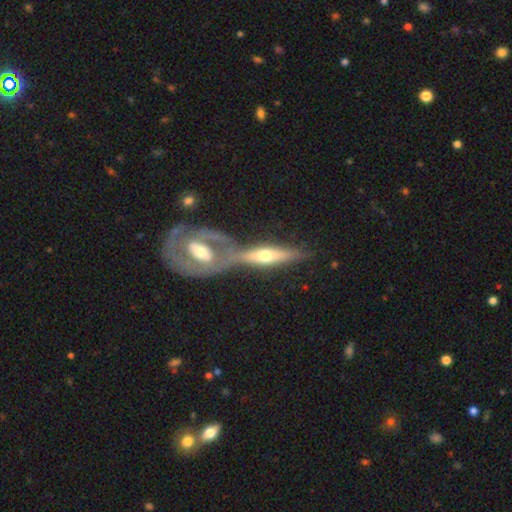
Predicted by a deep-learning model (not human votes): smooth-or-featured: featured or disk: 80% | smooth: 13% | star or artifact: 6%
  disk-edge-on: yes: 74% | no: 26%
    edge-on-bulge: rounded: 91% | none: 5% | boxy: 4%
  merging: none: 43% | merger: 42% | minor disturbance: 10% | major disturbance: 5%